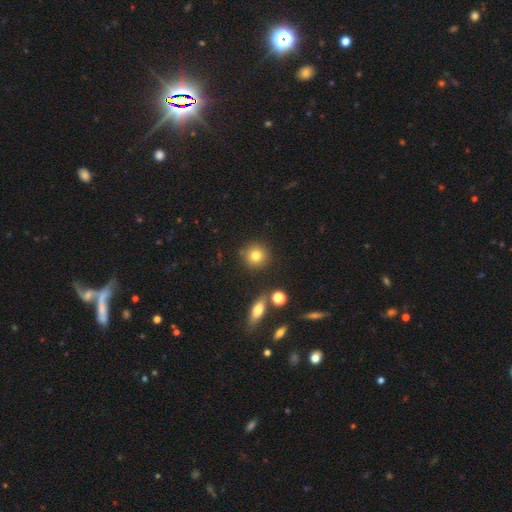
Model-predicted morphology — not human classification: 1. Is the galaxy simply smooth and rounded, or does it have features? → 80% smooth, 11% star or artifact, 9% featured or disk.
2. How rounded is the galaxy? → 91% round, 7% in between, 1% cigar-shaped.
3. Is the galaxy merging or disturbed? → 84% none, 8% minor disturbance, 5% merger, 3% major disturbance.